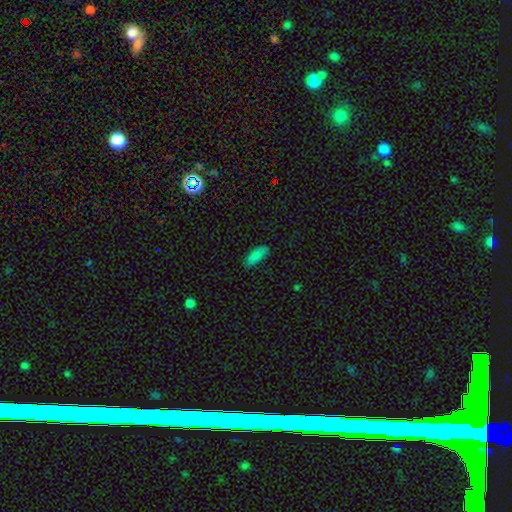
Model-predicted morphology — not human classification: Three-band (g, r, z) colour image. It shows a smooth galaxy with no disk features (86%) that is in between round and cigar-shaped (77%). Merging: none (83%).